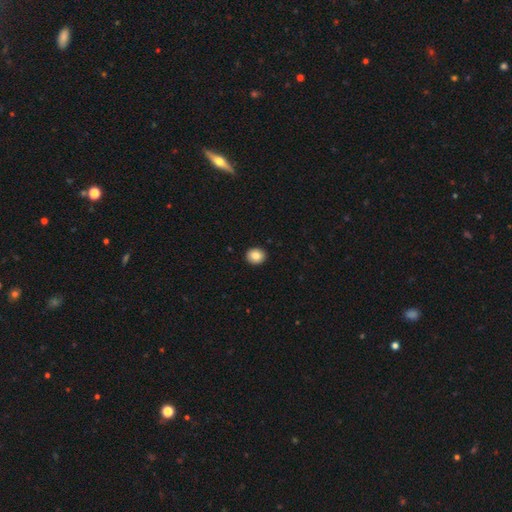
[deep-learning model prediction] This appears to be a smooth galaxy with no disk features (85%) that is round (73%). Merging: none (92%).